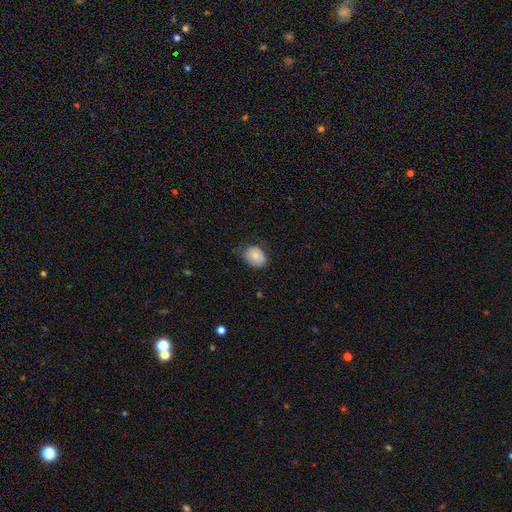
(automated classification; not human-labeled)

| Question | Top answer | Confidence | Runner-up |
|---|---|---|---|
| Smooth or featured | smooth | 77% | featured or disk (15%) |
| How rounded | in between | 64% | round (35%) |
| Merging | none | 65% | minor disturbance (28%) |